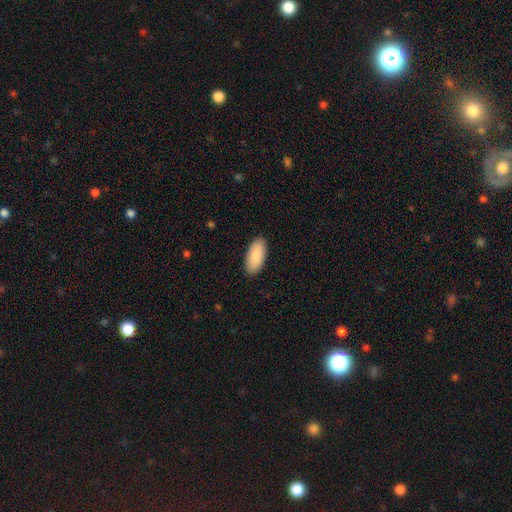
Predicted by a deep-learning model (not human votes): Smooth or featured: smooth — 90% (star or artifact — 5%)
How rounded: in between — 90% (cigar-shaped — 8%)
Merging: none — 90% (minor disturbance — 7%)